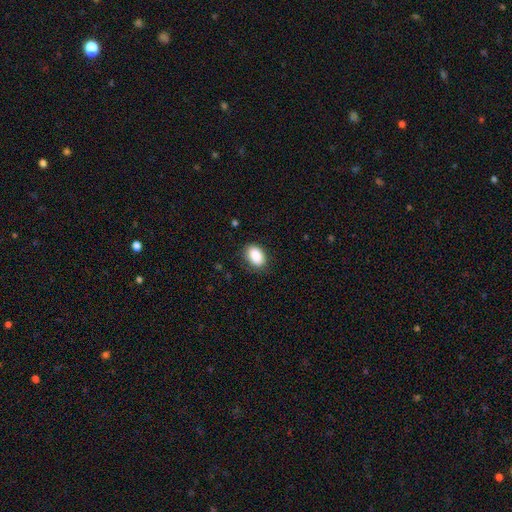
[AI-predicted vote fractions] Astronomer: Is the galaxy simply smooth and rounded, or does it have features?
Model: smooth — 89%.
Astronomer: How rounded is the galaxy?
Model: in between — 88%.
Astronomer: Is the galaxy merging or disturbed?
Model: none — 83%.